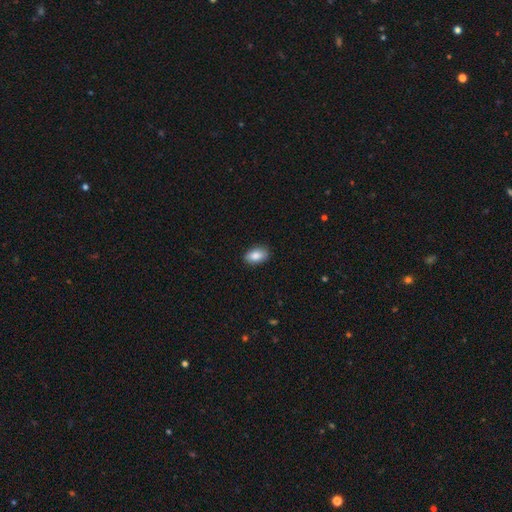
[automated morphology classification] smooth_or_featured: smooth (p=0.87) [alt: star or artifact p=0.07]
how_rounded: in between (p=0.92) [alt: round p=0.06]
merging: none (p=0.89) [alt: minor disturbance p=0.09]